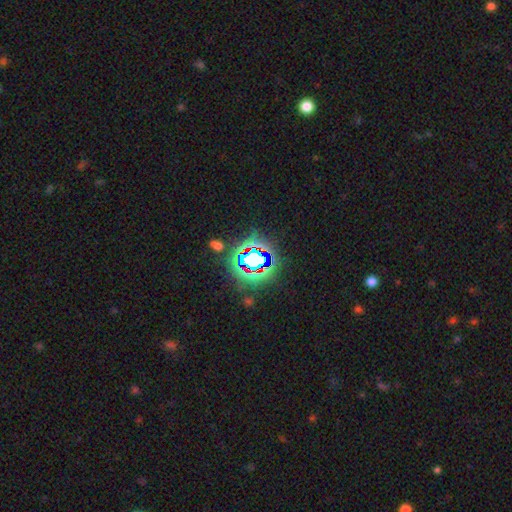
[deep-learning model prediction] This appears to be a star or artifact, not a galaxy (81%).